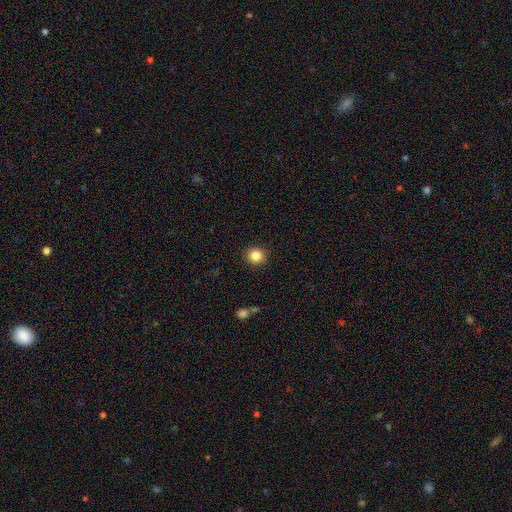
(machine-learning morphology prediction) A smooth galaxy with no disk features (85%) that is round (89%).

Vote fractions:
- Smooth or featured? smooth: 85% / star or artifact: 10% / featured or disk: 5%
- How rounded? round: 89% / in between: 10% / cigar-shaped: 1%
- Merging? none: 91% / minor disturbance: 6% / major disturbance: 2% / merger: 1%